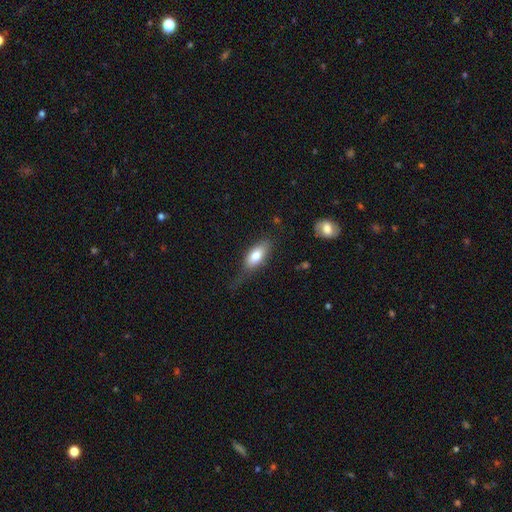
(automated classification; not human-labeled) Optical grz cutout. It shows a smooth galaxy with no disk features (75%) that is in between round and cigar-shaped (83%). Merging: none (51%).